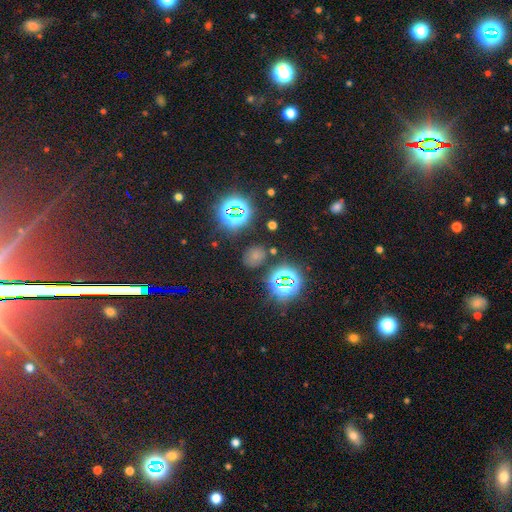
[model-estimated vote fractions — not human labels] A star or artifact, not a galaxy (63%).

Vote fractions:
- Smooth or featured? star or artifact: 63% / smooth: 29% / featured or disk: 8%